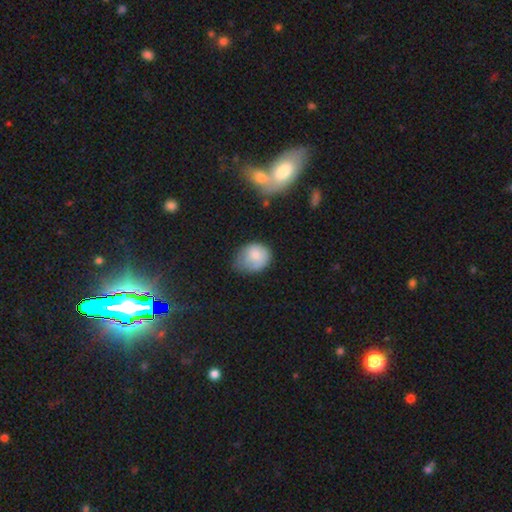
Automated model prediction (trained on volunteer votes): A smooth galaxy with no disk features (78%) that is round (55%).

Vote fractions:
- Smooth or featured? smooth: 78% / featured or disk: 14% / star or artifact: 8%
- How rounded? round: 55% / in between: 45% / cigar-shaped: 1%
- Merging? minor disturbance: 44% / none: 39% / major disturbance: 15% / merger: 3%